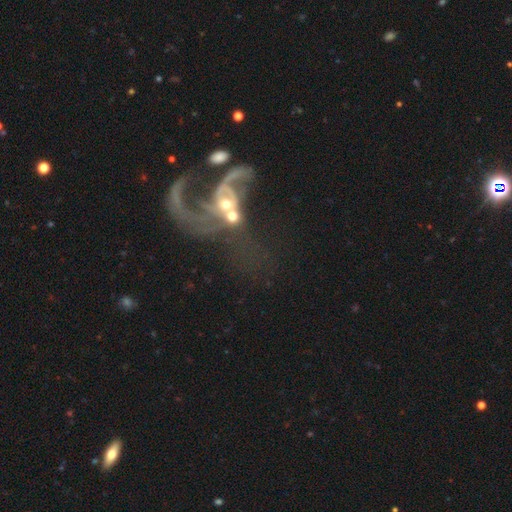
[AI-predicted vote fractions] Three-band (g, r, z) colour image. It shows a featured or disk galaxy (76%) with no bar (59%), 2 (48%) loose (69%) spiral arms (76%) and a small central bulge (43%). Merging: merger (53%).